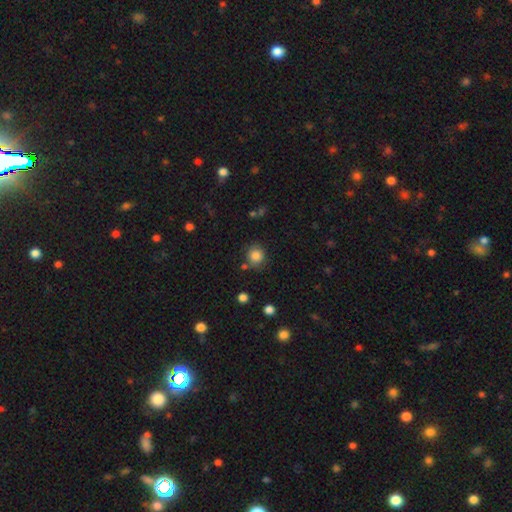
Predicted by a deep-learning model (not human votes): Smooth or featured?
  - smooth: 84% *
  - star or artifact: 11%
  - featured or disk: 5%
How rounded?
  - round: 88% *
  - in between: 11%
  - cigar-shaped: 1%
Merging?
  - none: 80% *
  - minor disturbance: 11%
  - merger: 6%
  - major disturbance: 4%